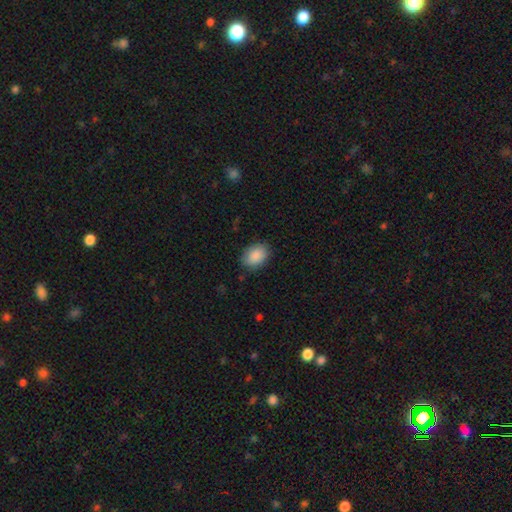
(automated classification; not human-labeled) smooth_or_featured: smooth (p=0.89) [alt: star or artifact p=0.07]
how_rounded: in between (p=0.76) [alt: round p=0.23]
merging: none (p=0.84) [alt: minor disturbance p=0.12]